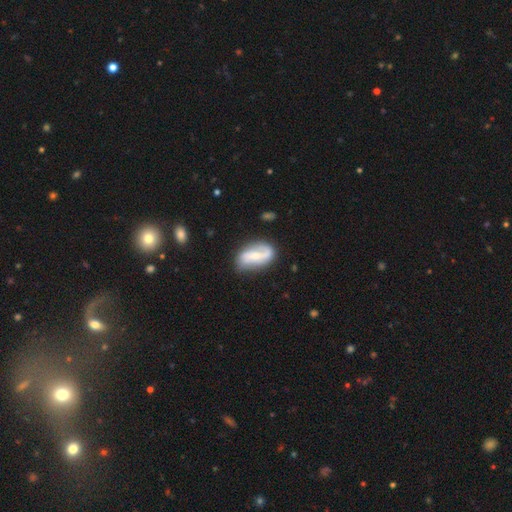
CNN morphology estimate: type=featured or disk (71%); edge-on=no (95%); bar=weak (39%); spiral arms=yes (87%); winding=loose (58%); arm count=2 (81%); bulge=small (50%); merging=none (69%).